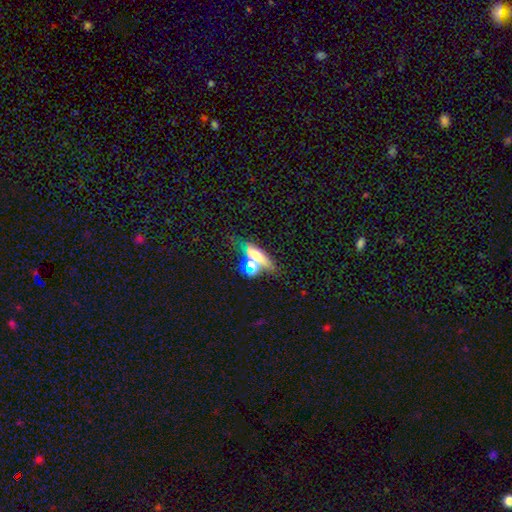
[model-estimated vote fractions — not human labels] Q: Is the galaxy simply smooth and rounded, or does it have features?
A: smooth — 54%.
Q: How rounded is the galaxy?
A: in between — 46%.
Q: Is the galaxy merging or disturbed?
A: none — 46%.